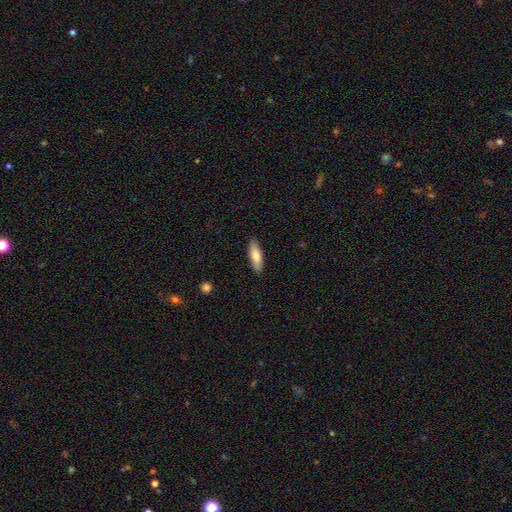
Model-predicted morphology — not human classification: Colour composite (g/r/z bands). It shows a smooth galaxy with no disk features (78%) that is in between round and cigar-shaped (52%). Merging: none (89%).